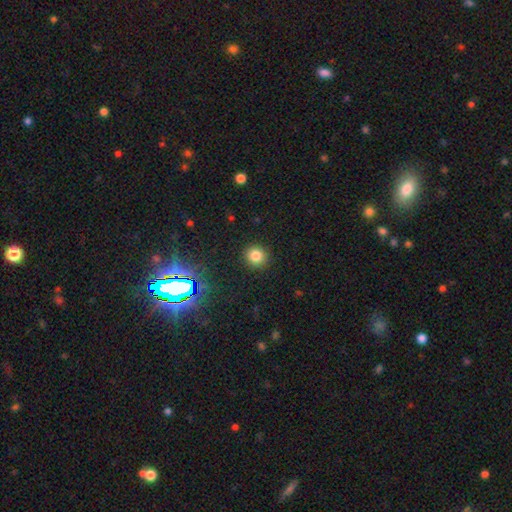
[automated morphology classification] Smooth or featured? smooth (79%)
How rounded? round (91%)
Merging? none (91%)